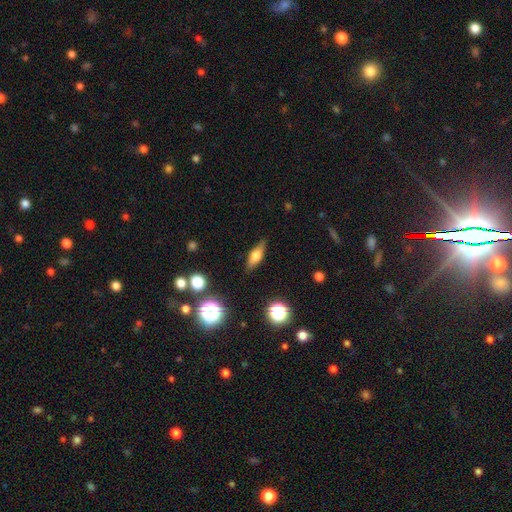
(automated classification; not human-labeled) Morphology: type=smooth (56%); roundness=in between (57%); merging=none (84%).